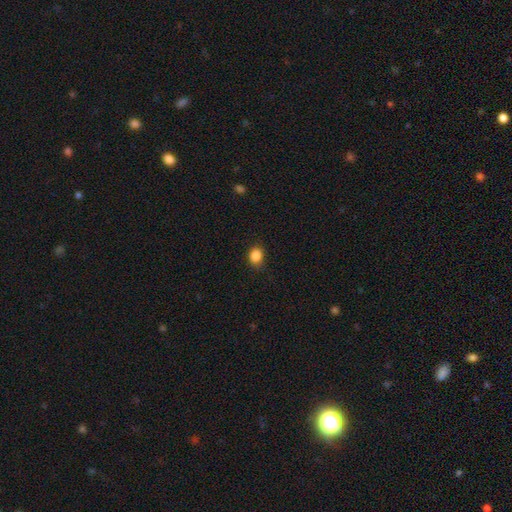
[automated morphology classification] The model was most divided on "how rounded": round: 58%, in between: 41%, cigar-shaped: 1%. More confident: smooth or featured — smooth (86%); merging — none (83%).